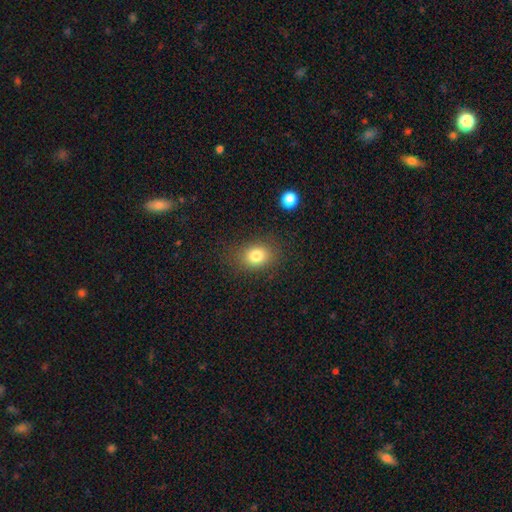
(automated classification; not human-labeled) Smooth or featured? Predicted: smooth (p=0.81). How rounded? Predicted: in between (p=0.54). Merging? Predicted: none (p=0.82).